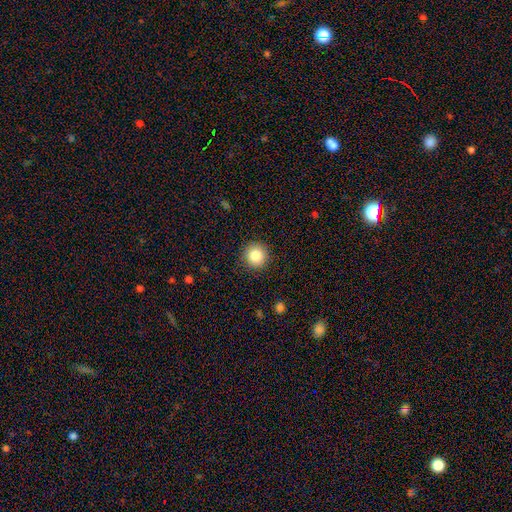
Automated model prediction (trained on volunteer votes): A smooth galaxy with no disk features (84%) that is round (95%).

Vote fractions:
- Smooth or featured? smooth: 84% / star or artifact: 10% / featured or disk: 6%
- How rounded? round: 95% / in between: 4% / cigar-shaped: 1%
- Merging? none: 91% / minor disturbance: 6% / major disturbance: 2% / merger: 1%